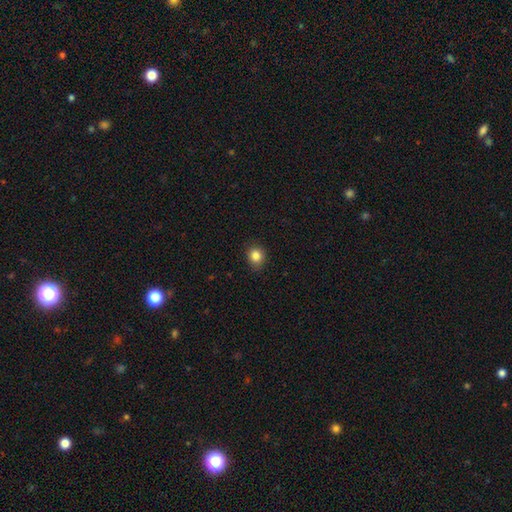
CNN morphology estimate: type=smooth (84%); roundness=round (77%); merging=none (86%).